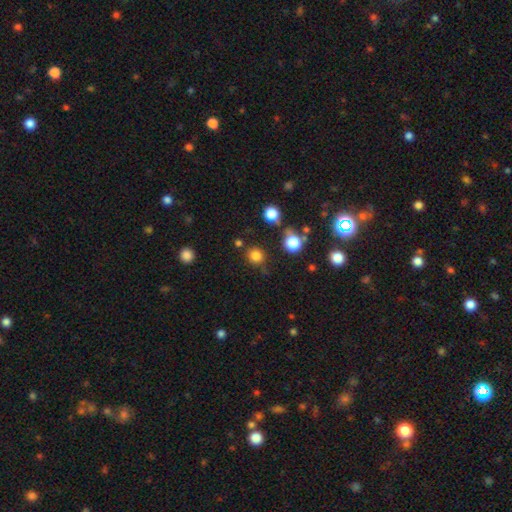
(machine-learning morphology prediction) Smooth or featured? smooth (79%)
How rounded? round (89%)
Merging? none (80%)